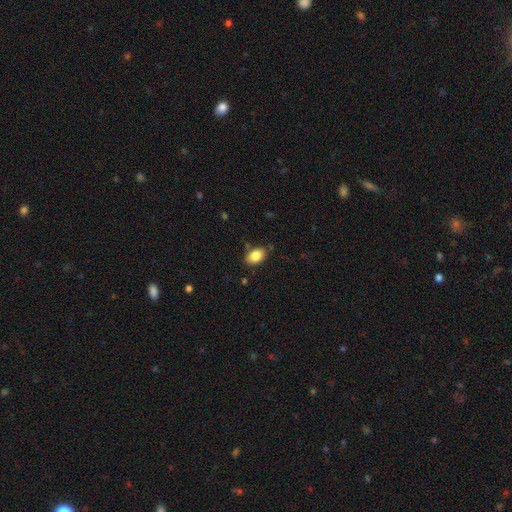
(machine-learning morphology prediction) Smooth or featured? Predicted: smooth (p=0.85). How rounded? Predicted: in between (p=0.88). Merging? Predicted: none (p=0.81).